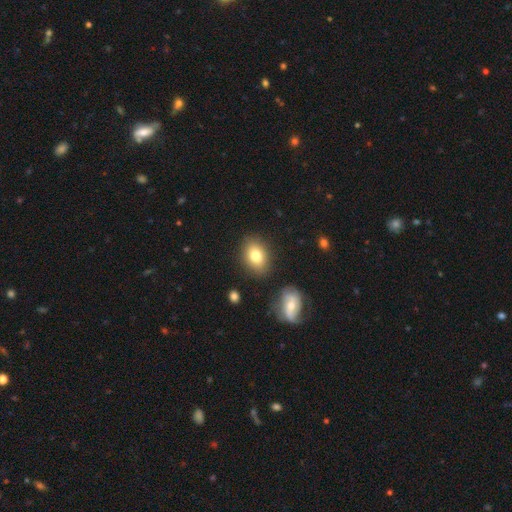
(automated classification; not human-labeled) Morphology: type=smooth (79%); roundness=in between (73%); merging=none (84%).